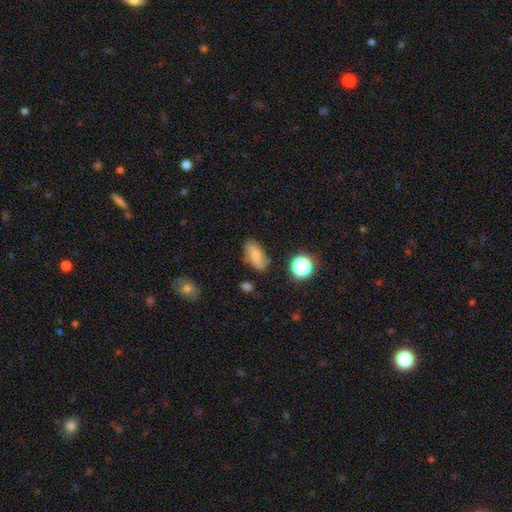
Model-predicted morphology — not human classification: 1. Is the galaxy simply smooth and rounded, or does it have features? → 63% smooth, 24% featured or disk, 12% star or artifact.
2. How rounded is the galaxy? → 85% in between, 8% round, 7% cigar-shaped.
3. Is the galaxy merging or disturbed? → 68% none, 22% minor disturbance, 7% major disturbance, 4% merger.